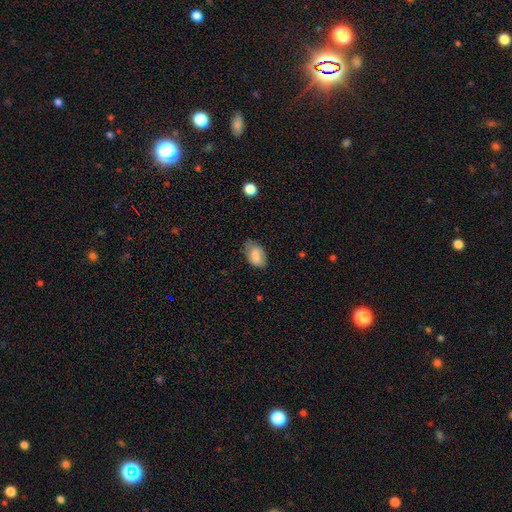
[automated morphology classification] Smooth or featured? smooth (83%)
How rounded? in between (87%)
Merging? none (58%)